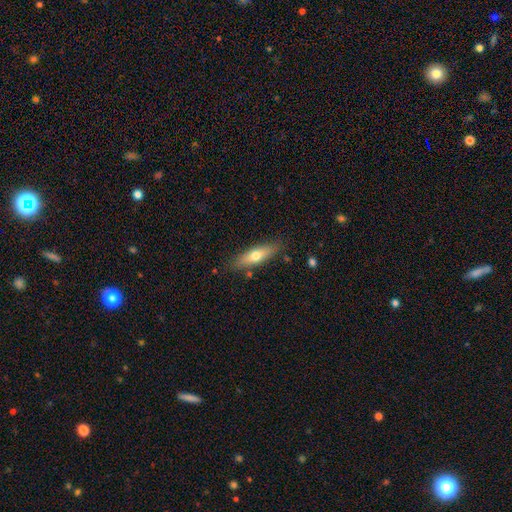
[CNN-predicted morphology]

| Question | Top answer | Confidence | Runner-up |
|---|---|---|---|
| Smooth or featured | smooth | 61% | featured or disk (33%) |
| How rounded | cigar-shaped | 58% | in between (39%) |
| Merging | none | 83% | minor disturbance (12%) |